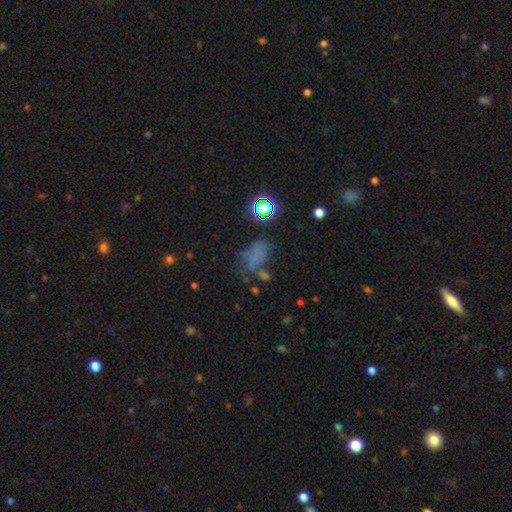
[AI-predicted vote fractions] Smooth or featured: smooth — 52% (star or artifact — 30%)
How rounded: in between — 74% (round — 21%)
Merging: none — 46% (minor disturbance — 23%)